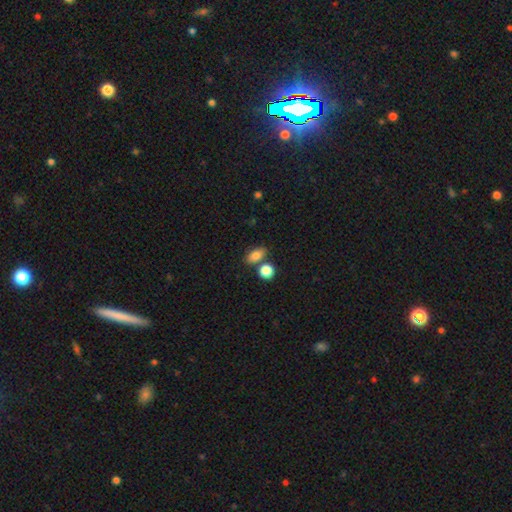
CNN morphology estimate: smooth-or-featured: smooth: 81% | star or artifact: 10% | featured or disk: 9%
  how-rounded: in between: 80% | round: 16% | cigar-shaped: 4%
  merging: none: 69% | merger: 16% | minor disturbance: 12% | major disturbance: 3%